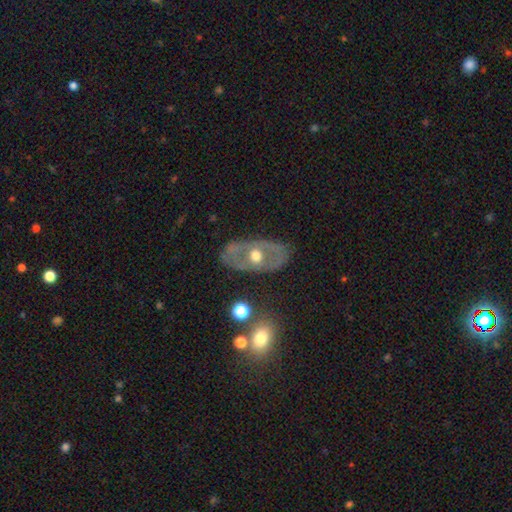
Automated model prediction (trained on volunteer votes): Morphology: type=featured or disk (65%); edge-on=no (86%); bar=no (83%); spiral arms=no (79%); bulge=moderate (77%); merging=none (76%).